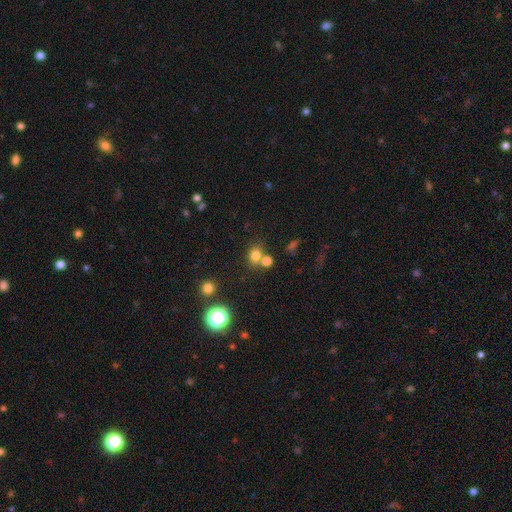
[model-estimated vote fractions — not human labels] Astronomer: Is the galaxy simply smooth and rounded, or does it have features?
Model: smooth — 75%.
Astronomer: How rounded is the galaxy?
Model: round — 56% (runner-up: in between, 42%).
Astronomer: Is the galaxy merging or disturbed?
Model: none — 60%.